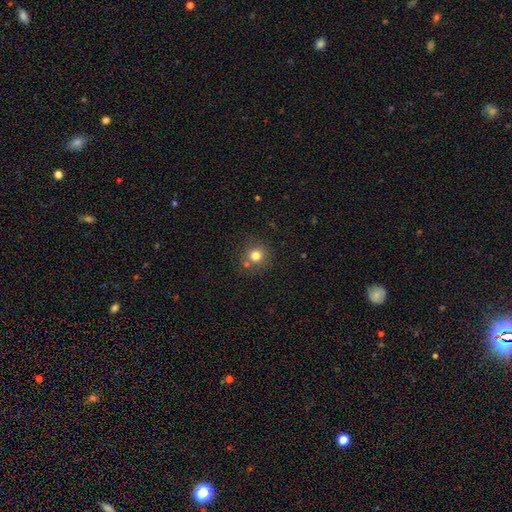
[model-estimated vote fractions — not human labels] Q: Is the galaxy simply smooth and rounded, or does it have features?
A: smooth — 78%.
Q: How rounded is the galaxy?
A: round — 92%.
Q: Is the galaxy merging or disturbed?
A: none — 76%.